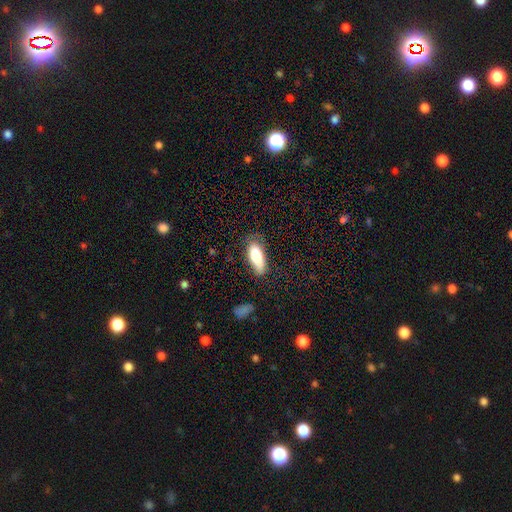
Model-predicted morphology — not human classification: Smooth or featured? smooth (77%)
How rounded? in between (80%)
Merging? none (63%)